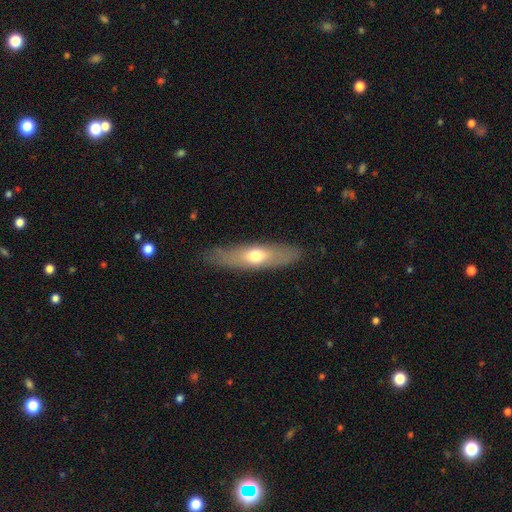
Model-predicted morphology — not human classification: Smooth or featured: smooth — 55% (featured or disk — 39%)
How rounded: cigar-shaped — 59% (in between — 38%)
Merging: none — 80% (minor disturbance — 14%)